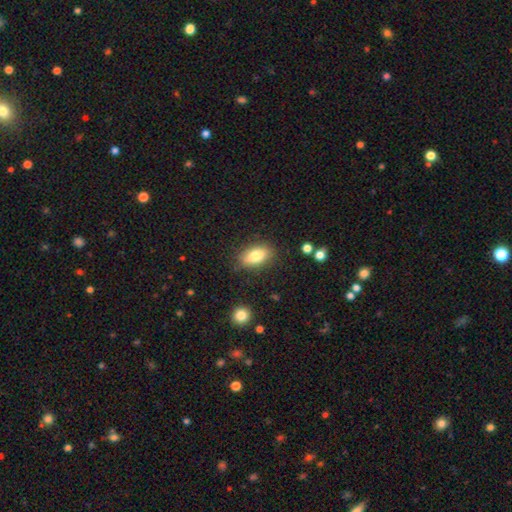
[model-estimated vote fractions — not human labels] This appears to be a smooth galaxy with no disk features (81%) that is in between round and cigar-shaped (88%). Merging: none (84%).